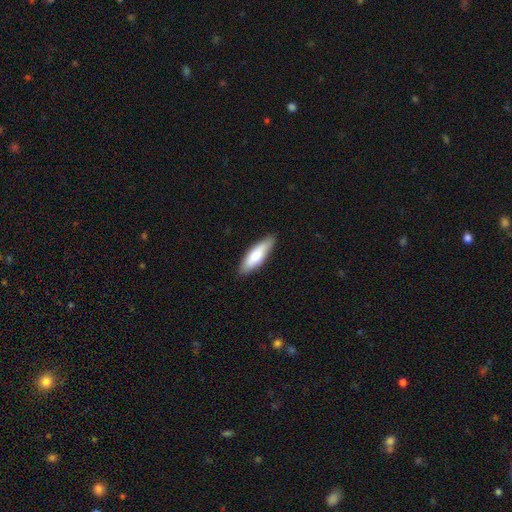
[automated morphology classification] smooth_or_featured: smooth (p=0.76) [alt: featured or disk p=0.19]
how_rounded: cigar-shaped (p=0.51) [alt: in between p=0.47]
merging: none (p=0.85) [alt: minor disturbance p=0.12]